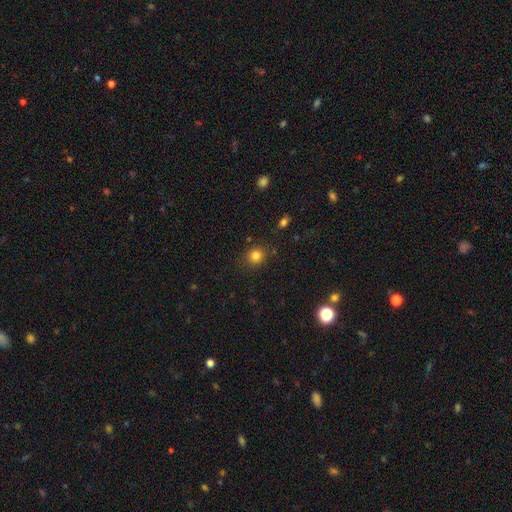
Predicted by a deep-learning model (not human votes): smooth-or-featured: smooth: 82% | star or artifact: 13% | featured or disk: 5%
  how-rounded: round: 88% | in between: 11% | cigar-shaped: 1%
  merging: none: 85% | minor disturbance: 9% | major disturbance: 3% | merger: 3%